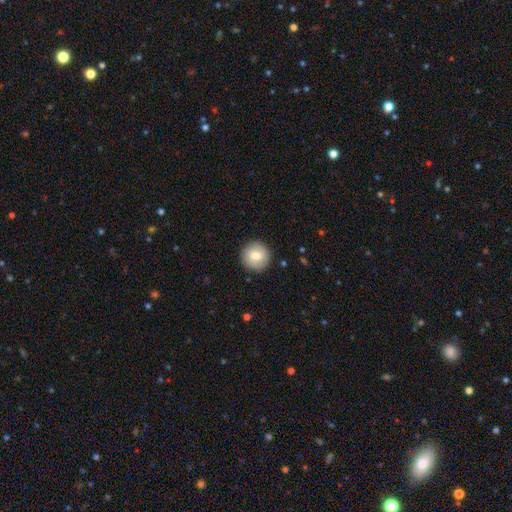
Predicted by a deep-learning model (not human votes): Smooth or featured? Predicted: smooth (p=0.75). How rounded? Predicted: round (p=0.95). Merging? Predicted: none (p=0.91).